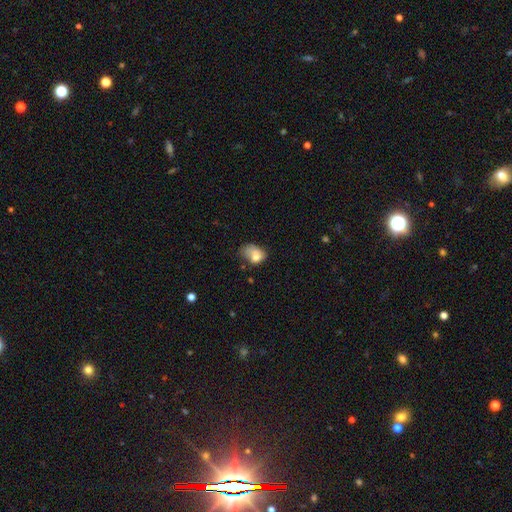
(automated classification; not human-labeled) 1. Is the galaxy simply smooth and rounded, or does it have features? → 74% smooth, 17% featured or disk, 10% star or artifact.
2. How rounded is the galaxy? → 75% in between, 24% round, 1% cigar-shaped.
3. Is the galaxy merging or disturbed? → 38% minor disturbance, 28% major disturbance, 26% none, 8% merger.